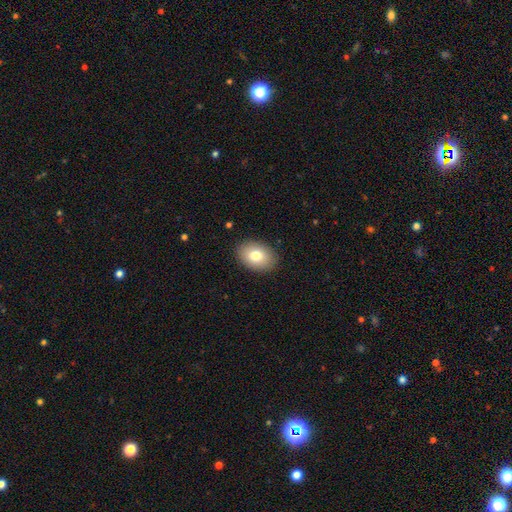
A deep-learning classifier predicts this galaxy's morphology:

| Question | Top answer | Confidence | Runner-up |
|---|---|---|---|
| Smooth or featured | smooth | 79% | featured or disk (12%) |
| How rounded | in between | 79% | round (20%) |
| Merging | none | 89% | minor disturbance (8%) |